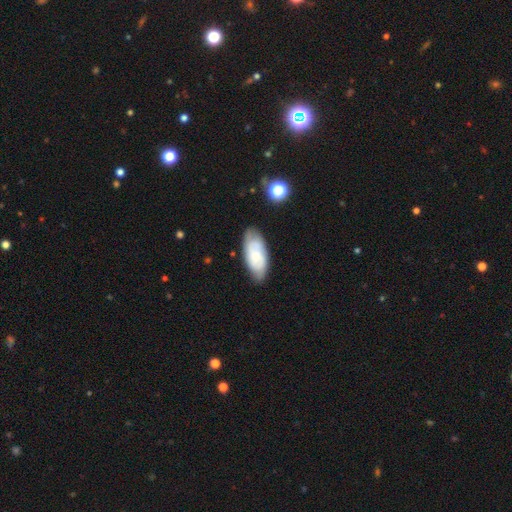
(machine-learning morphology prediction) The model was most divided on "smooth or featured": smooth: 49%, featured or disk: 44%, star or artifact: 6%. More confident: merging — none (74%).